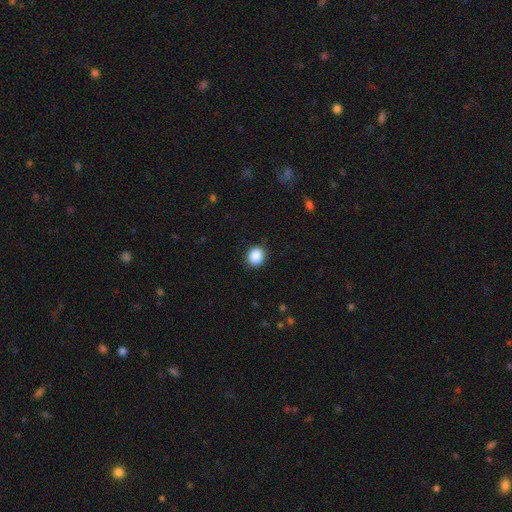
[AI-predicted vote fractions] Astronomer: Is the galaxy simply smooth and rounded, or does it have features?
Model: smooth — 87%.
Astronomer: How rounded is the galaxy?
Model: round — 74%.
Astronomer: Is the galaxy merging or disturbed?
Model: none — 90%.